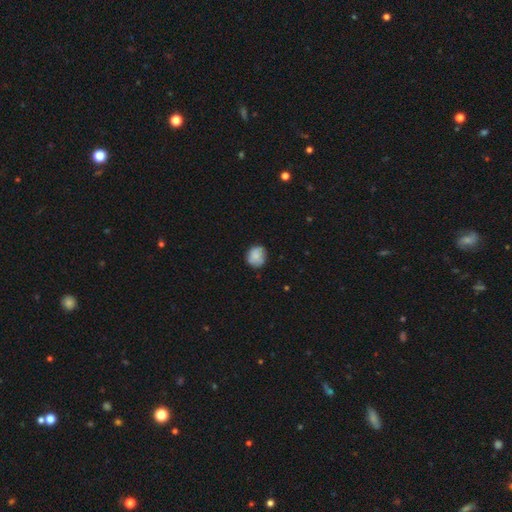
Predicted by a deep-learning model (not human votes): A smooth galaxy with no disk features (82%) that is round (78%).

Vote fractions:
- Smooth or featured? smooth: 82% / featured or disk: 11% / star or artifact: 8%
- How rounded? round: 78% / in between: 21% / cigar-shaped: 1%
- Merging? none: 76% / minor disturbance: 19% / major disturbance: 3% / merger: 1%